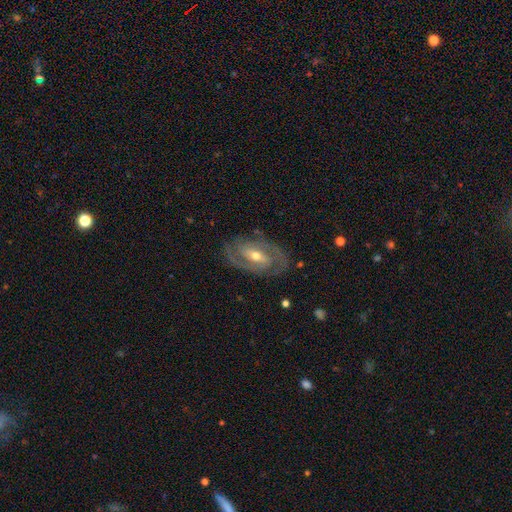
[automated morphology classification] smooth_or_featured: featured or disk (p=0.88) [alt: smooth p=0.06]
disk_edge_on: no (p=0.96) [alt: yes p=0.04]
bar: weak (p=0.42) [alt: strong p=0.33]
has_spiral_arms: yes (p=0.95) [alt: no p=0.05]
spiral_winding: tight (p=0.55) [alt: medium p=0.38]
spiral_arm_count: 2 (p=0.88) [alt: can't tell p=0.05]
bulge_size: moderate (p=0.58) [alt: small p=0.38]
merging: none (p=0.84) [alt: minor disturbance p=0.11]